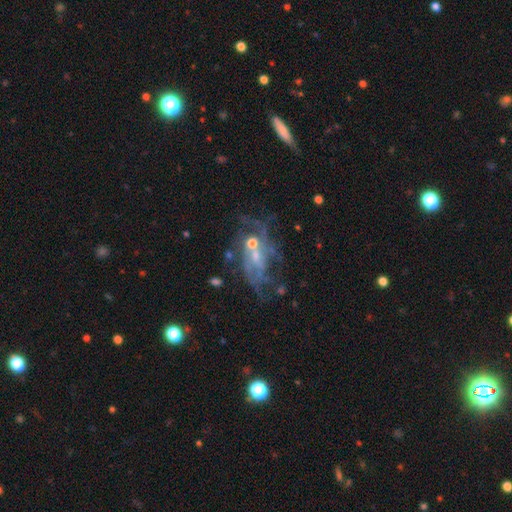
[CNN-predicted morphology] This appears to be a featured or disk galaxy (70%) with no bar (59%), spiral arms (62%) and a small central bulge (52%). Merging: none (41%).